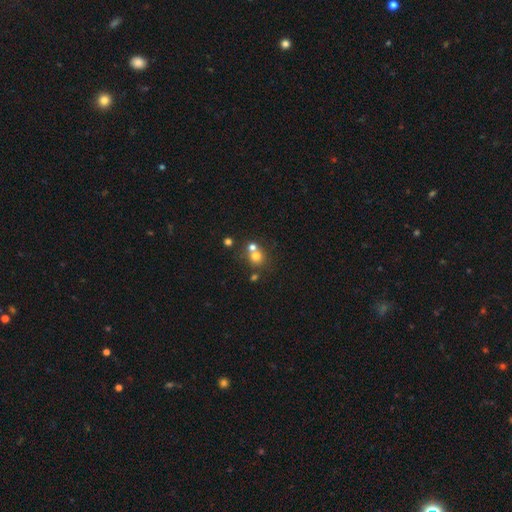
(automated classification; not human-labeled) Overall: smooth (68%). How rounded: round (83%). Merging: none (49%; merger 40%).